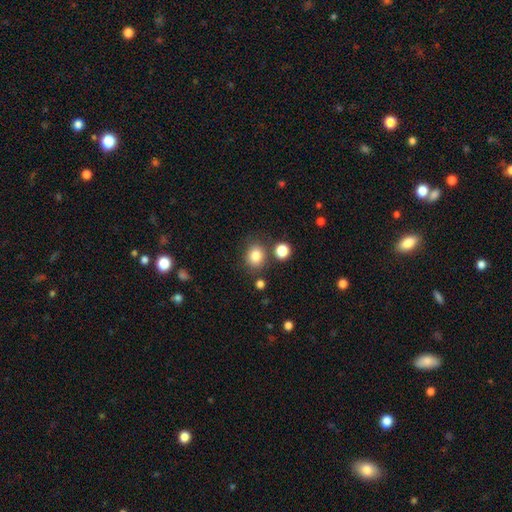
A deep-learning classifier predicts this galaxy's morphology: This appears to be a smooth galaxy with no disk features (83%) that is round (65%). Merging: none (77%).